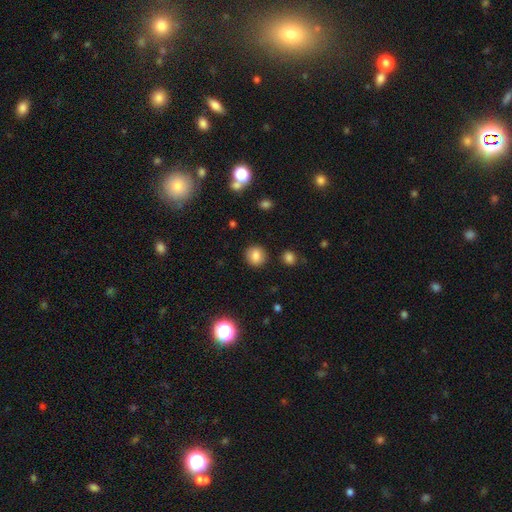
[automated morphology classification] smooth_or_featured: smooth (p=0.83) [alt: star or artifact p=0.11]
how_rounded: round (p=0.86) [alt: in between p=0.13]
merging: none (p=0.89) [alt: minor disturbance p=0.06]